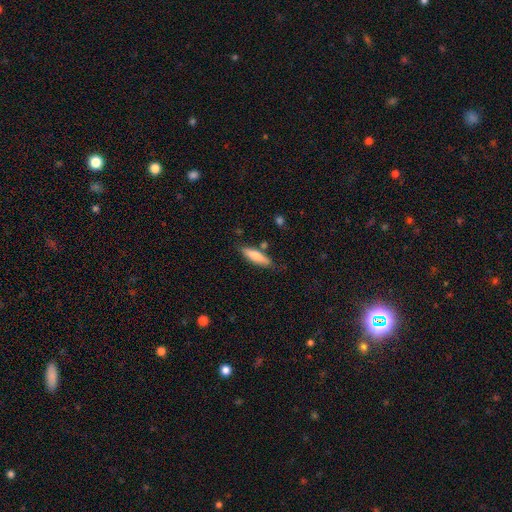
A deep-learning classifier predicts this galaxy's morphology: Smooth or featured? Predicted: smooth (p=0.73). How rounded? Predicted: cigar-shaped (p=0.65). Merging? Predicted: none (p=0.76).